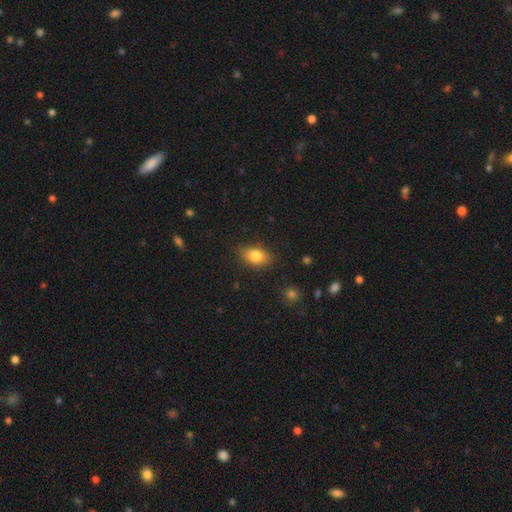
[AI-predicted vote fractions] A smooth galaxy with no disk features (81%) that is in between round and cigar-shaped (84%). Merging: none (83%).